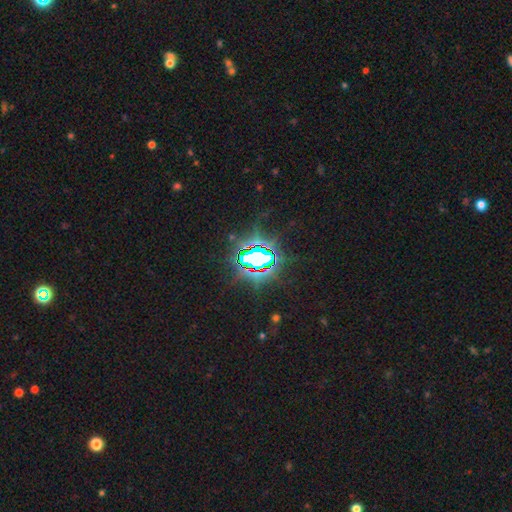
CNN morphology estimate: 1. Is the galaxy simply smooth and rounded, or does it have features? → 80% star or artifact, 10% smooth, 9% featured or disk.